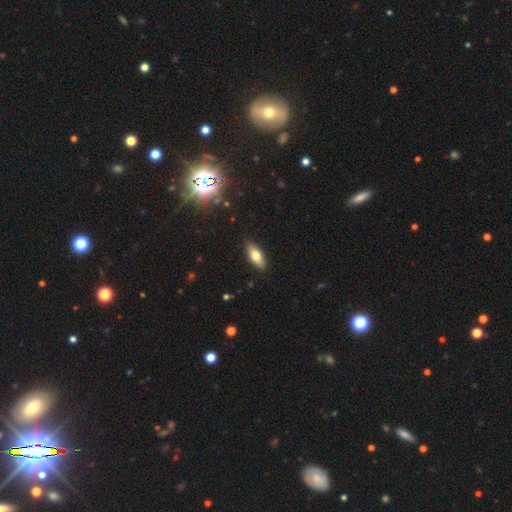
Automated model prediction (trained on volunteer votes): The model was most divided on "how rounded": in between: 71%, cigar-shaped: 27%, round: 2%. More confident: merging — none (88%); smooth or featured — smooth (71%).